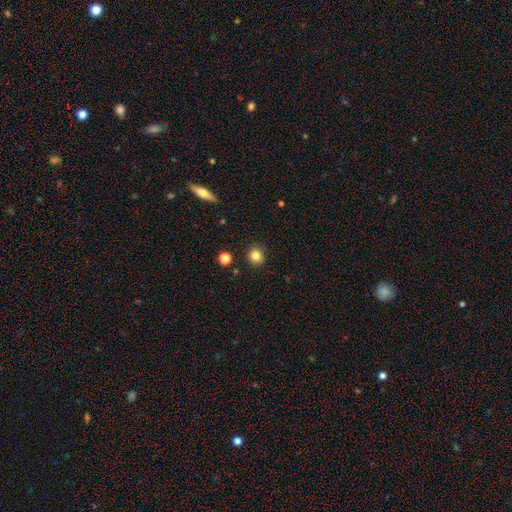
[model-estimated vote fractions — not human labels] Morphology: type=smooth (83%); roundness=round (90%); merging=none (90%).